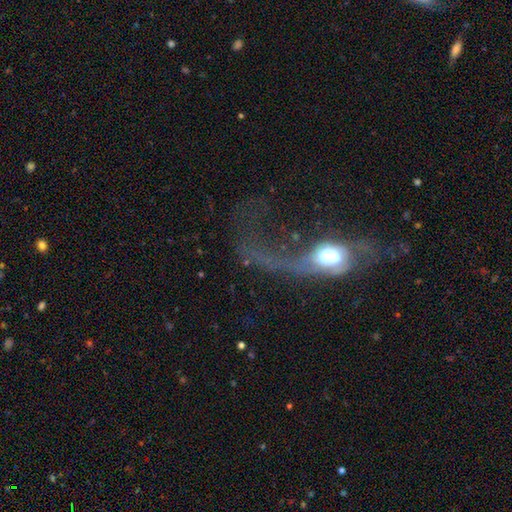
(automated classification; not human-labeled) featured or disk 59%, smooth 24%, star or artifact 17%. Down the decision tree: edge-on disk — no (88%); bar — no (71%); spiral arms — yes (63%); bulge size — moderate (40%); merging — major disturbance (56%).